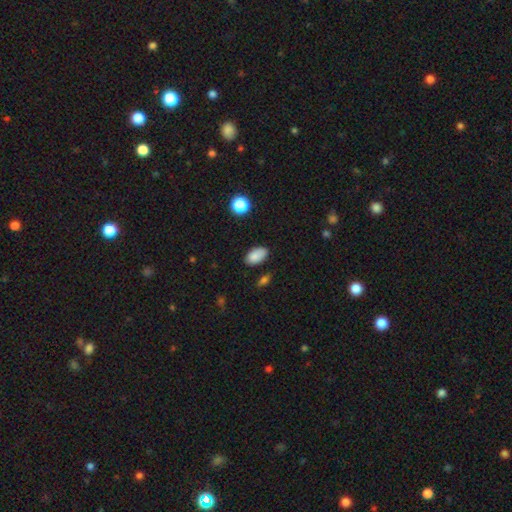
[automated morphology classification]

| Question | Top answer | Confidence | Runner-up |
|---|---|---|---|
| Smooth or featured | smooth | 86% | star or artifact (9%) |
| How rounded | in between | 93% | round (5%) |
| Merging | none | 80% | minor disturbance (15%) |